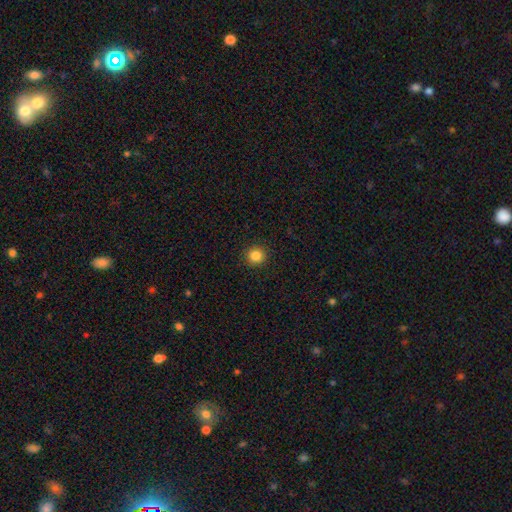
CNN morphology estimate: A smooth galaxy with no disk features (84%) that is round (93%).

Vote fractions:
- Smooth or featured? smooth: 84% / star or artifact: 12% / featured or disk: 4%
- How rounded? round: 93% / in between: 6% / cigar-shaped: 1%
- Merging? none: 93% / minor disturbance: 5% / major disturbance: 2% / merger: 1%